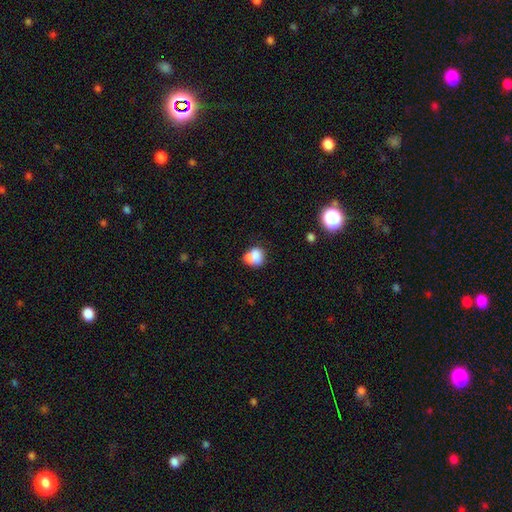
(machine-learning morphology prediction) smooth_or_featured: smooth (p=0.73) [alt: featured or disk p=0.17]
how_rounded: round (p=0.60) [alt: in between p=0.39]
merging: merger (p=0.49) [alt: none p=0.33]